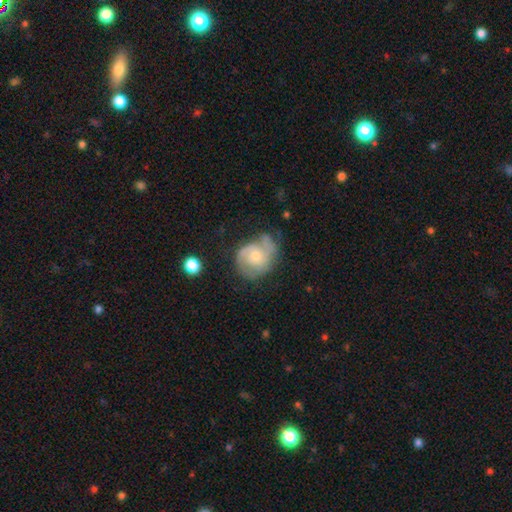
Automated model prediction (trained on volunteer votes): Overall: featured or disk (69%). Edge-on disk: no (98%). Bar: no (73%). Spiral arms: yes (88%). Spiral arm count: 2 (54%; can't tell 20%). Spiral winding: tight (42%, tied with medium). Bulge size: moderate (46%, tied with small). Merging: none (49%; minor disturbance 29%).